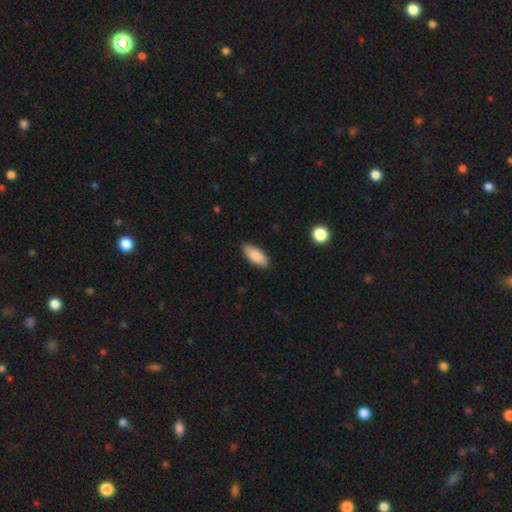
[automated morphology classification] Smooth or featured? smooth (87%)
How rounded? in between (86%)
Merging? none (87%)